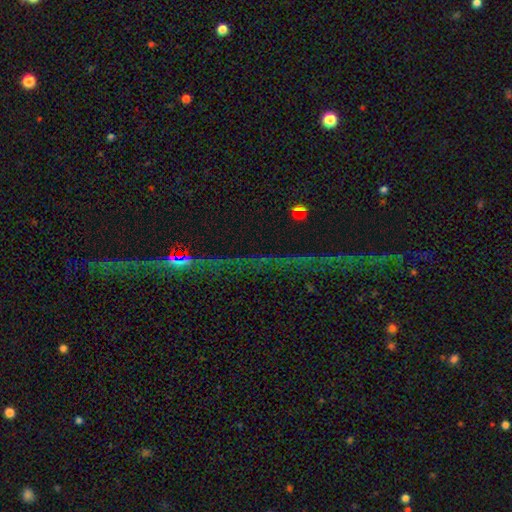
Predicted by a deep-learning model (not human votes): Q: Smooth or featured?
A: star or artifact (75%); runner-up: featured or disk (17%)